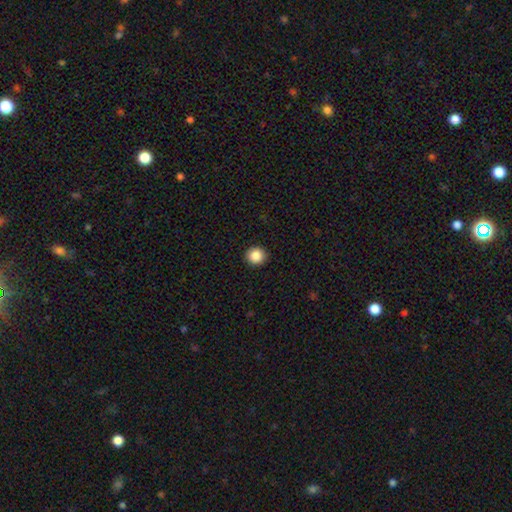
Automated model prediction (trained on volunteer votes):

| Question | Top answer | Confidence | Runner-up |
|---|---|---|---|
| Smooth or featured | smooth | 87% | star or artifact (9%) |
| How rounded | round | 92% | in between (7%) |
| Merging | none | 93% | minor disturbance (4%) |